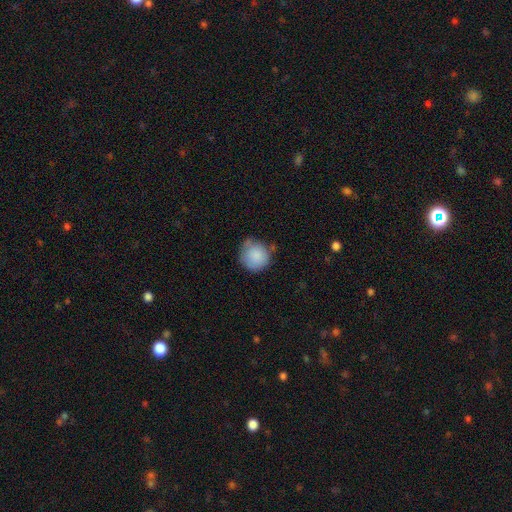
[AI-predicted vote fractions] A smooth galaxy with no disk features (85%) that is round (91%). Merging: none (61%).